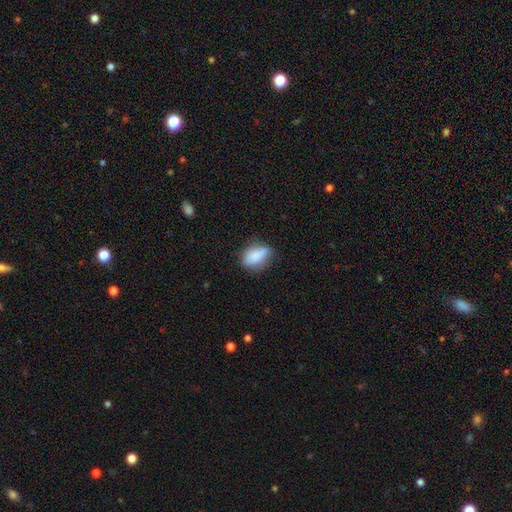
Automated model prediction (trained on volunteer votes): Smooth or featured: smooth — 79% (featured or disk — 13%)
How rounded: in between — 81% (round — 13%)
Merging: none — 61% (minor disturbance — 29%)